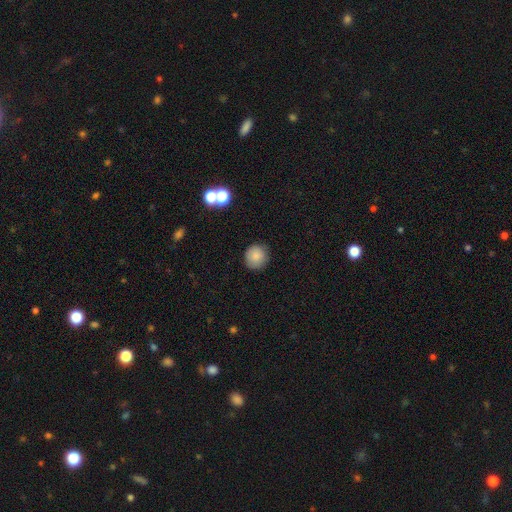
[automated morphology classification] Overall: smooth (84%). How rounded: round (91%). Merging: none (87%).